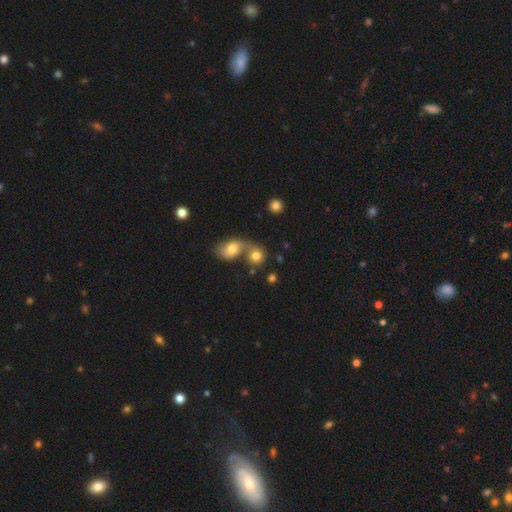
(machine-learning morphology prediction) A smooth galaxy with no disk features (78%) that is round (72%).

Vote fractions:
- Smooth or featured? smooth: 78% / featured or disk: 13% / star or artifact: 9%
- How rounded? round: 72% / in between: 26% / cigar-shaped: 1%
- Merging? merger: 55% / none: 33% / minor disturbance: 7% / major disturbance: 5%